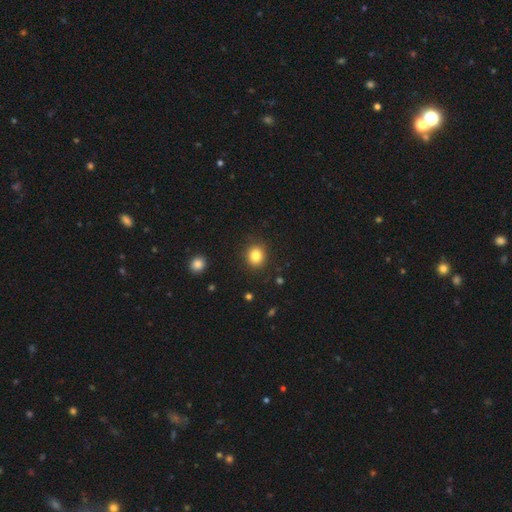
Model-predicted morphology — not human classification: Smooth or featured? Predicted: smooth (p=0.84). How rounded? Predicted: round (p=0.78). Merging? Predicted: none (p=0.90).